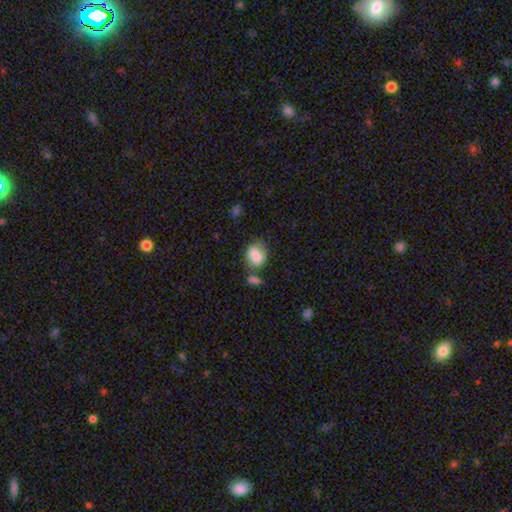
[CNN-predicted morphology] Q: Smooth or featured?
A: smooth (82%); runner-up: featured or disk (10%)
Q: How rounded?
A: in between (64%); runner-up: round (34%)
Q: Merging?
A: none (52%); runner-up: merger (22%)